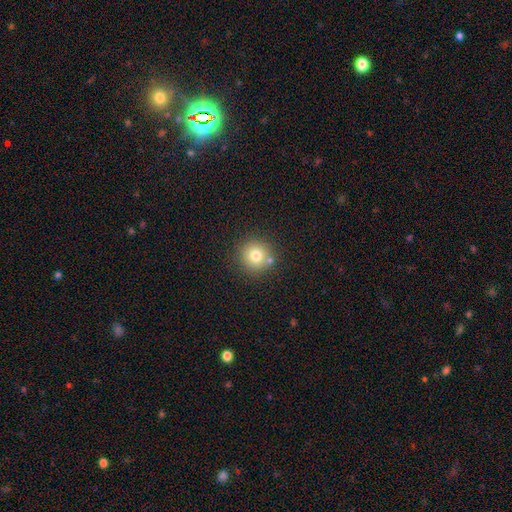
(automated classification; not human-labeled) Smooth or featured?
  - smooth: 76% *
  - star or artifact: 13%
  - featured or disk: 11%
How rounded?
  - round: 94% *
  - in between: 5%
  - cigar-shaped: 1%
Merging?
  - none: 79% *
  - merger: 9%
  - minor disturbance: 9%
  - major disturbance: 3%